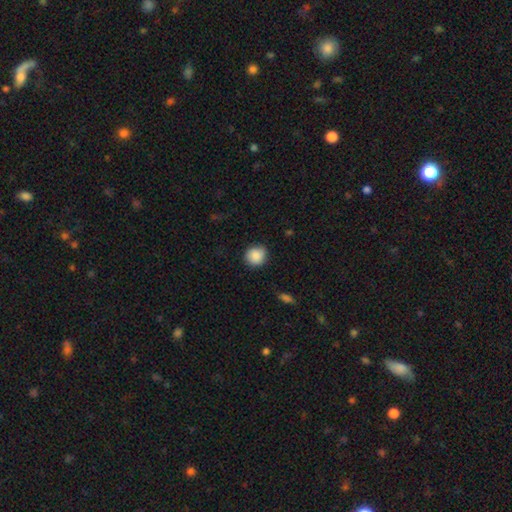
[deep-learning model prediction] Smooth or featured? smooth (88%)
How rounded? round (85%)
Merging? none (85%)